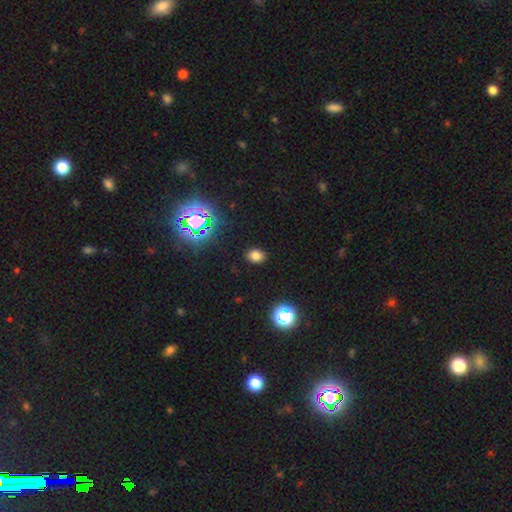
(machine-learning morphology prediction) smooth-or-featured: smooth: 73% | star or artifact: 20% | featured or disk: 6%
  how-rounded: in between: 63% | round: 36% | cigar-shaped: 1%
  merging: none: 88% | minor disturbance: 8% | major disturbance: 3% | merger: 1%